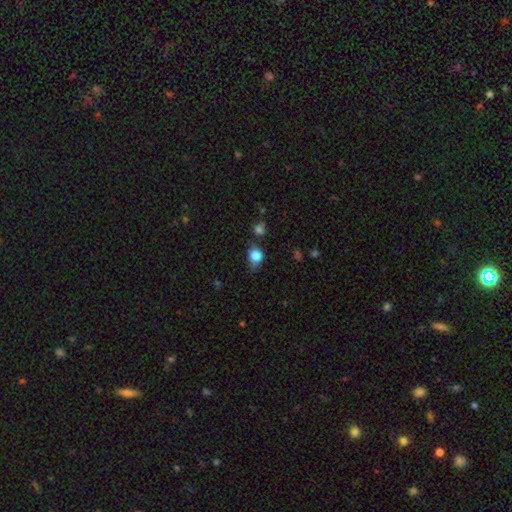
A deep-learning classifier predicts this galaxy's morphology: This is clearly a smooth galaxy (82%). How rounded: likely round (68%). Merging: possibly none (46%).